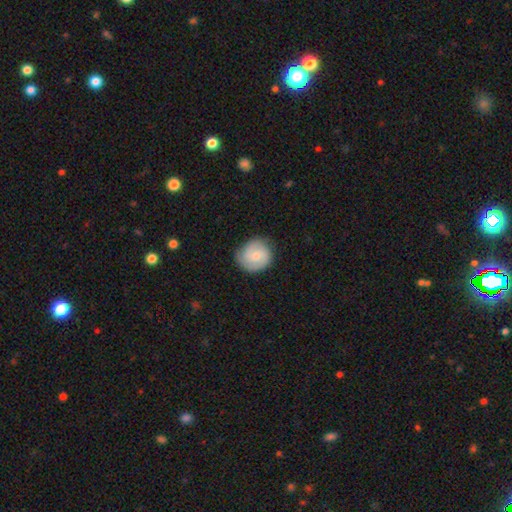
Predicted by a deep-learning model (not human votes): smooth-or-featured: featured or disk: 54% | smooth: 40% | star or artifact: 6%
  disk-edge-on: no: 98% | yes: 2%
    bar: no: 60% | weak: 35% | strong: 5%
    has-spiral-arms: yes: 89% | no: 11%
    bulge-size: small: 51% | moderate: 43% | none: 3% | large: 2% | dominant: 1%
  merging: none: 78% | minor disturbance: 17% | major disturbance: 4% | merger: 1%